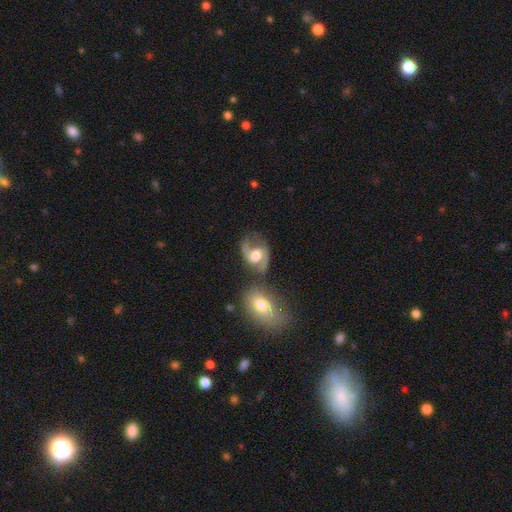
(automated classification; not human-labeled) Smooth or featured: featured or disk — 71% (smooth — 22%)
Edge-on disk: no — 97% (yes — 3%)
Bar: no — 49% (weak — 40%)
Spiral arms: yes — 84% (no — 16%)
Spiral winding: medium — 48% (loose — 38%)
Spiral arm count: 2 — 86% (1 — 6%)
Bulge size: moderate — 52% (large — 35%)
Merging: none — 50% (minor disturbance — 20%)